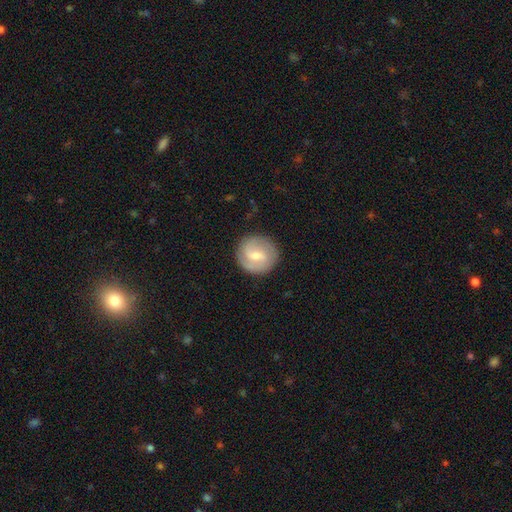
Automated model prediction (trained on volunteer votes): Smooth or featured: featured or disk — 57% (smooth — 38%)
Edge-on disk: no — 97% (yes — 3%)
Bar: weak — 60% (no — 21%)
Spiral arms: yes — 83% (no — 17%)
Bulge size: moderate — 46% (tied with small — 46%)
Merging: none — 85% (minor disturbance — 10%)